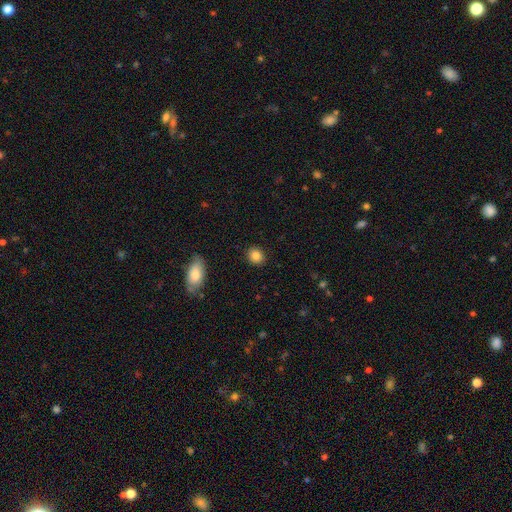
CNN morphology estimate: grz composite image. It shows a smooth galaxy with no disk features (86%) that is round (72%). Merging: none (90%).